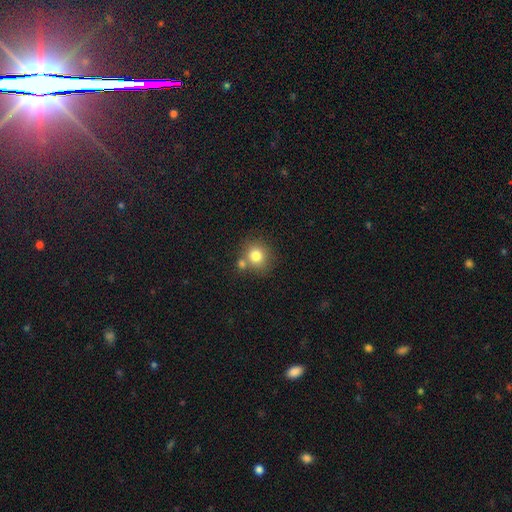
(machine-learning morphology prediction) Smooth or featured? smooth (79%)
How rounded? round (87%)
Merging? none (64%)